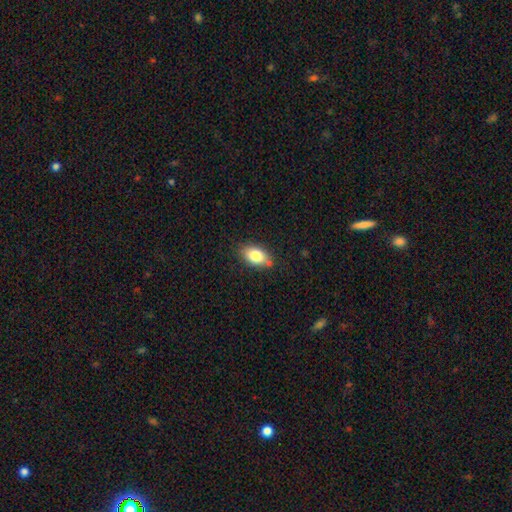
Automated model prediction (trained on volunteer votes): A smooth galaxy with no disk features (81%) that is in between round and cigar-shaped (89%). Merging: none (77%).